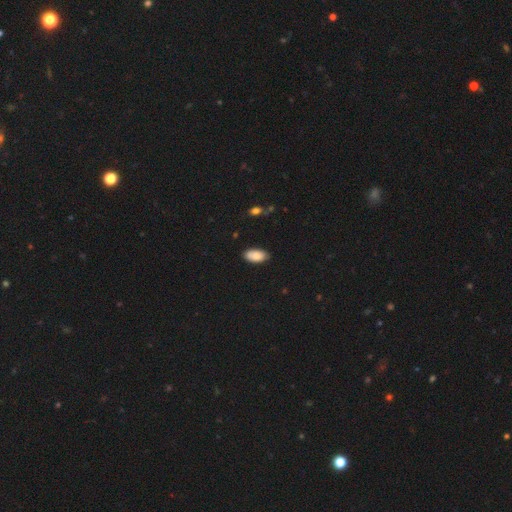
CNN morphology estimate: This appears to be a smooth galaxy with no disk features (83%) that is in between round and cigar-shaped (95%). Merging: none (83%).